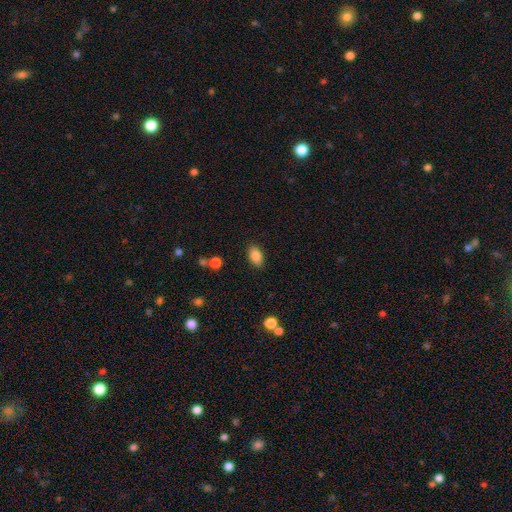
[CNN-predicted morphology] Overall: smooth (87%). How rounded: in between (90%). Merging: none (86%).